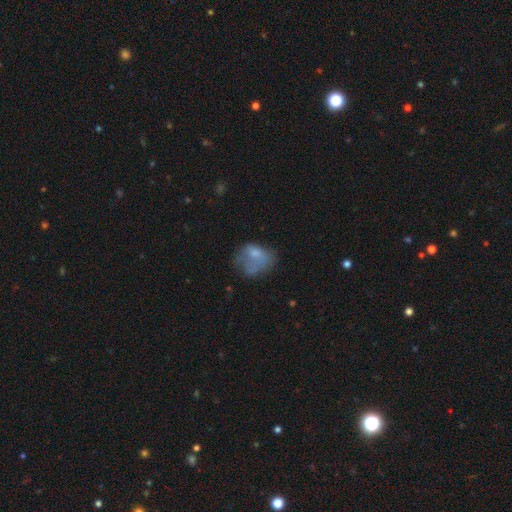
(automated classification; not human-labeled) The model was most divided on "merging": major disturbance: 34%, none: 31%, minor disturbance: 27%, merger: 8%. More confident: how rounded — in between (64%); smooth or featured — smooth (61%).